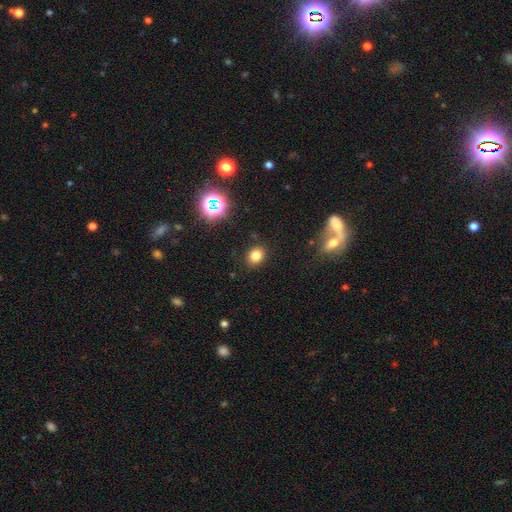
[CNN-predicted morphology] A smooth galaxy with no disk features (78%) that is round (57%). Merging: none (88%).